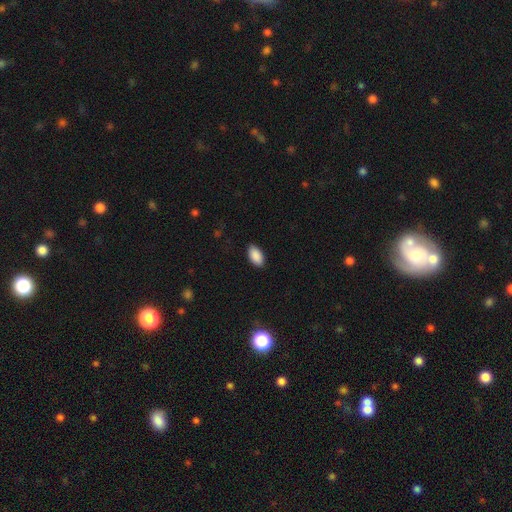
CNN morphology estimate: Smooth or featured: smooth — 90% (star or artifact — 7%)
How rounded: in between — 95% (round — 3%)
Merging: none — 87% (minor disturbance — 10%)